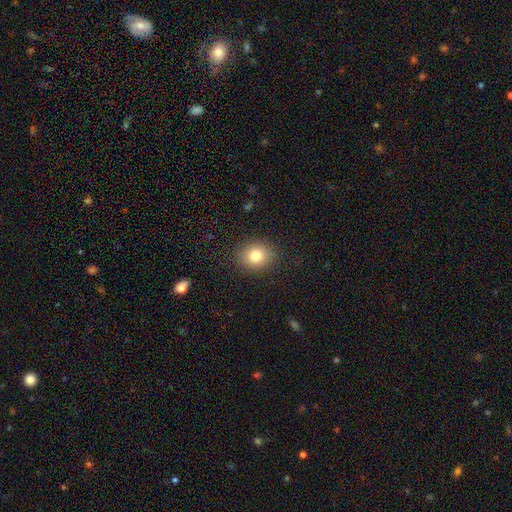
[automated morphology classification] Q: Smooth or featured?
A: smooth (81%); runner-up: star or artifact (10%)
Q: How rounded?
A: round (60%); runner-up: in between (39%)
Q: Merging?
A: none (87%); runner-up: minor disturbance (9%)